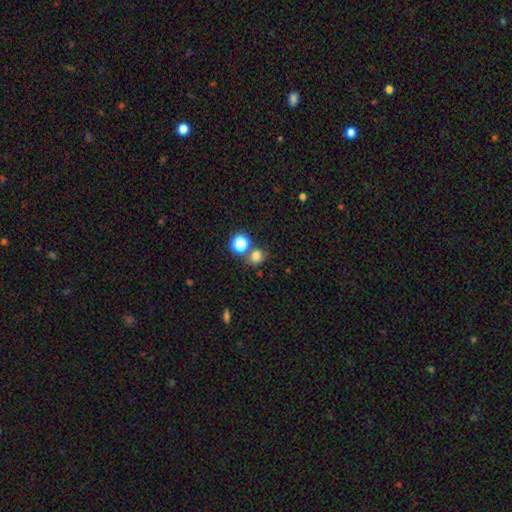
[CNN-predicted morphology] Smooth or featured? smooth (76%)
How rounded? round (75%)
Merging? none (65%)